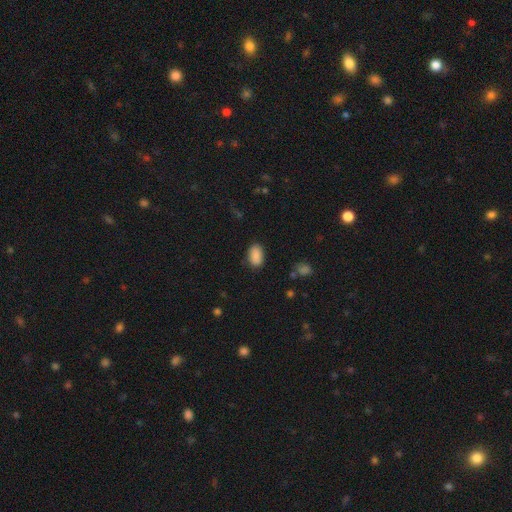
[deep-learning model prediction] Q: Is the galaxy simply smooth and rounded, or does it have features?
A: smooth — 89%.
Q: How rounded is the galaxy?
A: in between — 92%.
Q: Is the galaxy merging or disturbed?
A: none — 85%.